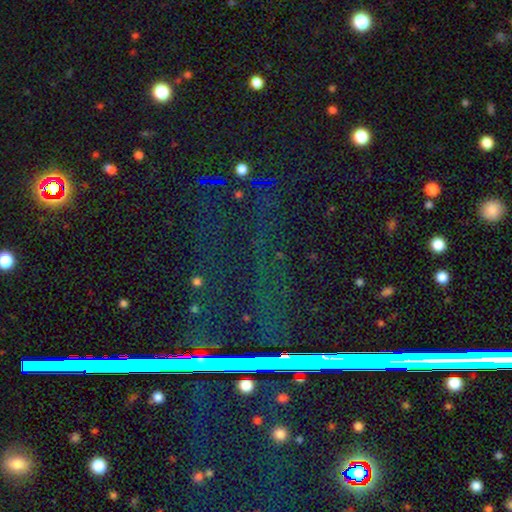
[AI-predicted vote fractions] smooth_or_featured: star or artifact (p=0.79) [alt: smooth p=0.11]